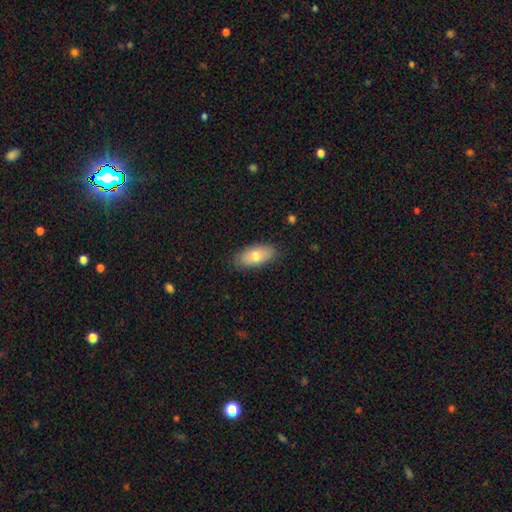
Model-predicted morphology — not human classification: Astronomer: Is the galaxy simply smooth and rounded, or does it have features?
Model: smooth — 72%.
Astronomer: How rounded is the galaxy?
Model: in between — 89%.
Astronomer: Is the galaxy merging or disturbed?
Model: none — 84%.